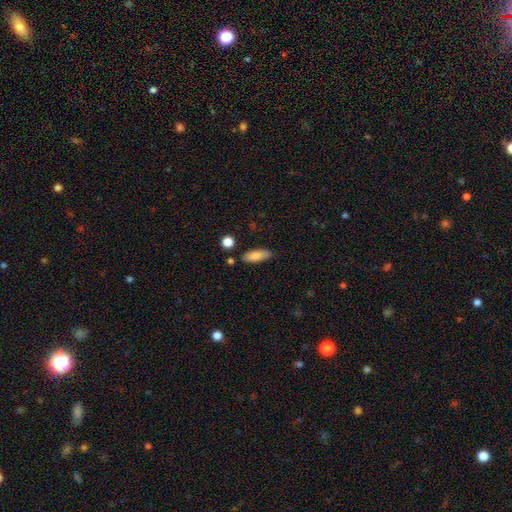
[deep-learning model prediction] This is clearly a smooth galaxy (82%). How rounded: likely in between (70%). Merging: clearly none (81%).